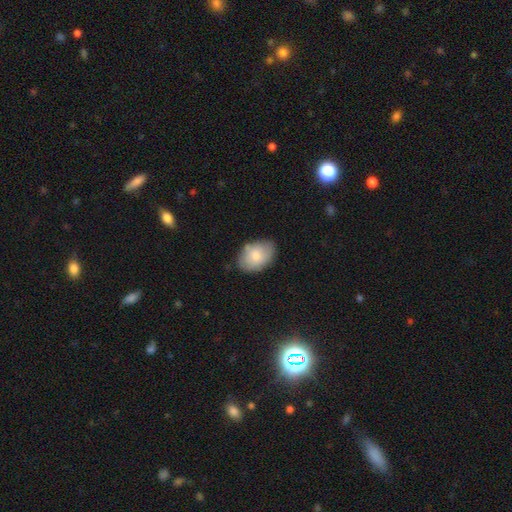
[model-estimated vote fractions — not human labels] smooth 77%, featured or disk 16%, star or artifact 6%. Down the decision tree: how rounded — in between (86%); merging — none (74%).